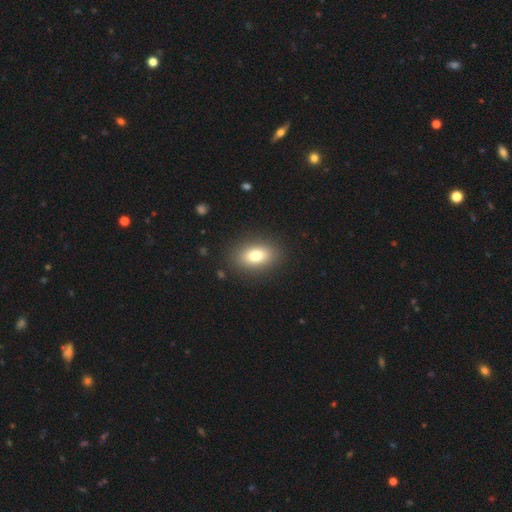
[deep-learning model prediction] smooth 79%, featured or disk 12%, star or artifact 9%. Down the decision tree: how rounded — in between (84%); merging — none (88%).